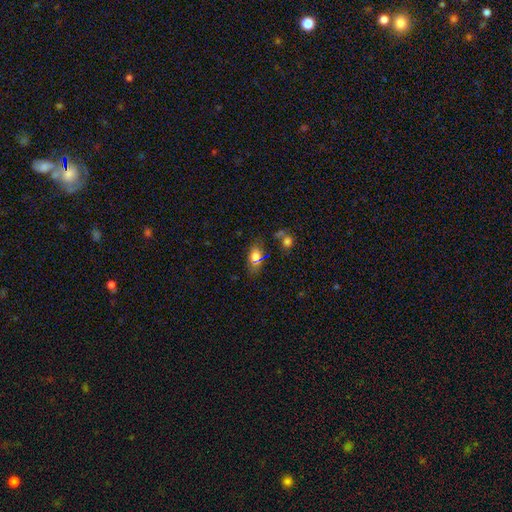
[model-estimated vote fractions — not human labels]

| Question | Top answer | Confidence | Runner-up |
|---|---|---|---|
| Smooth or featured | smooth | 66% | star or artifact (21%) |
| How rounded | in between | 81% | round (12%) |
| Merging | none | 70% | minor disturbance (15%) |